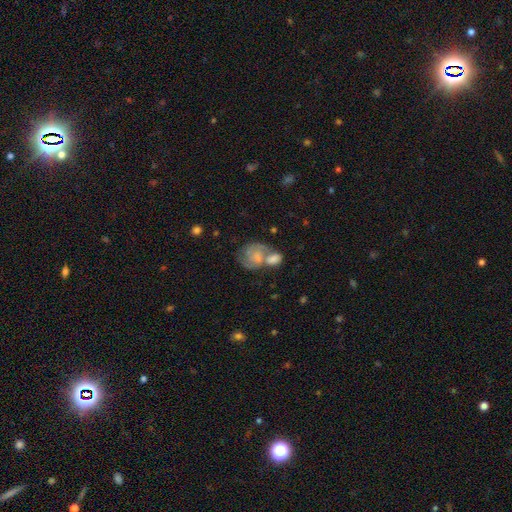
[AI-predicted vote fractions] Smooth or featured: featured or disk — 50% (smooth — 42%)
Edge-on disk: no — 98% (yes — 2%)
Merging: merger — 52% (none — 24%)